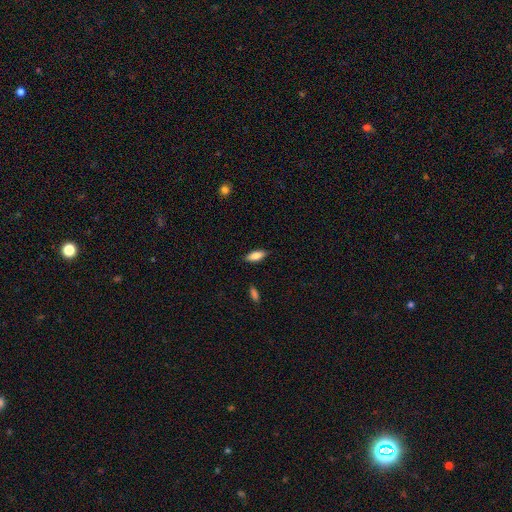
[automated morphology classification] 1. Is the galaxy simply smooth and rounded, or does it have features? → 83% smooth, 11% featured or disk, 6% star or artifact.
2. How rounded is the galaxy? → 81% in between, 17% cigar-shaped, 2% round.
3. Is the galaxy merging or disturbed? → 87% none, 10% minor disturbance, 2% major disturbance, 1% merger.